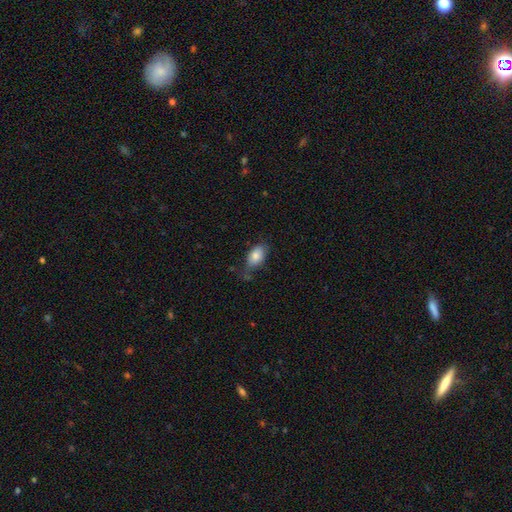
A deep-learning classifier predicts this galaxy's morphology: This appears to be a smooth galaxy with no disk features (83%) that is in between round and cigar-shaped (91%). Merging: none (64%).